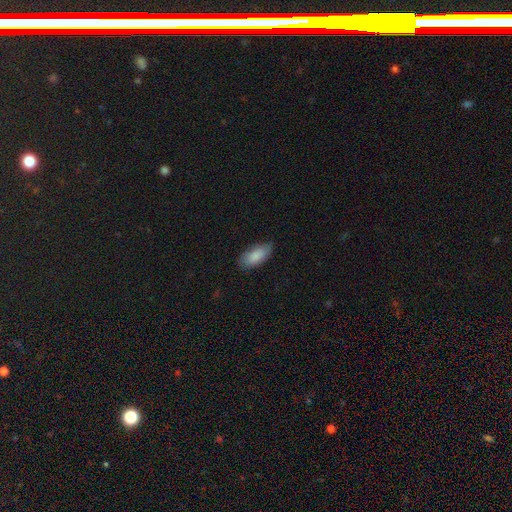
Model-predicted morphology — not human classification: Smooth or featured?
  - smooth: 86% *
  - featured or disk: 8%
  - star or artifact: 6%
How rounded?
  - in between: 89% *
  - cigar-shaped: 9%
  - round: 2%
Merging?
  - none: 76% *
  - minor disturbance: 20%
  - major disturbance: 3%
  - merger: 1%